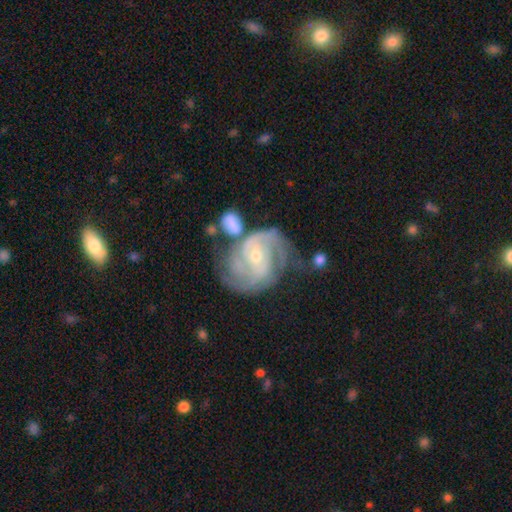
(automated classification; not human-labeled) smooth-or-featured: featured or disk: 90% | smooth: 6% | star or artifact: 5%
  disk-edge-on: no: 98% | yes: 2%
    bar: no: 49% | weak: 38% | strong: 13%
    has-spiral-arms: yes: 97% | no: 3%
      spiral-winding: tight: 51% | medium: 39% | loose: 9%
      spiral-arm-count: 2: 36% | 3: 28% | can't tell: 18% | 4: 9% | 1: 5% | more than 4: 5%
    bulge-size: small: 62% | moderate: 35% | large: 2% | none: 1% | dominant: 1%
  merging: none: 48% | minor disturbance: 21% | major disturbance: 16% | merger: 15%